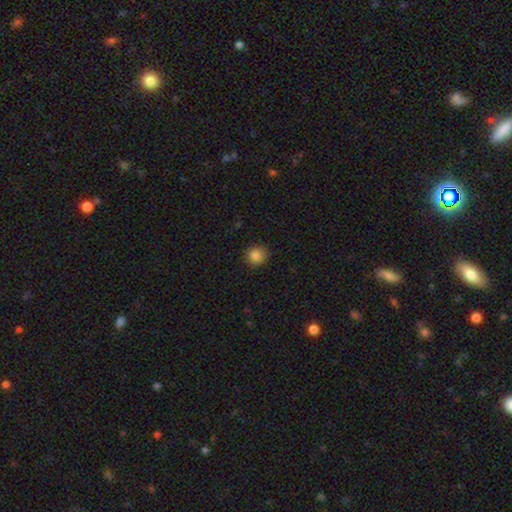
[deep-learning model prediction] smooth-or-featured: smooth: 85% | star or artifact: 11% | featured or disk: 5%
  how-rounded: round: 90% | in between: 9% | cigar-shaped: 1%
  merging: none: 89% | minor disturbance: 8% | major disturbance: 2% | merger: 1%